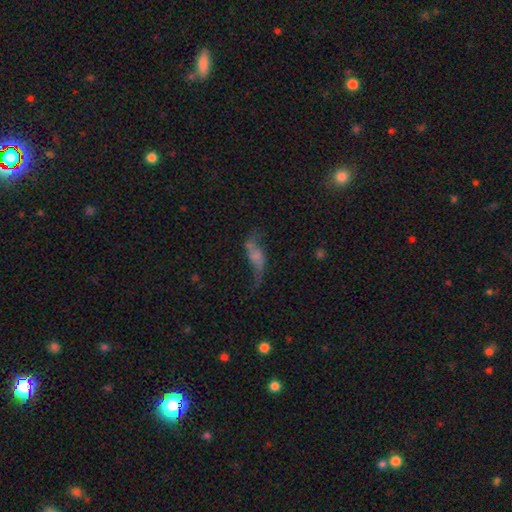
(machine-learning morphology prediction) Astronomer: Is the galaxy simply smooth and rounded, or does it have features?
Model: featured or disk — 60%.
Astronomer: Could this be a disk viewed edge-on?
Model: no — 88%.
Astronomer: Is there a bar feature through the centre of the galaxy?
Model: no — 62%.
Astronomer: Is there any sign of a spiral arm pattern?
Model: yes — 71%.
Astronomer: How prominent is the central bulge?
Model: none — 54%.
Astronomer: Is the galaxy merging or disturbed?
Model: none — 41% (runner-up: major disturbance, 32%).